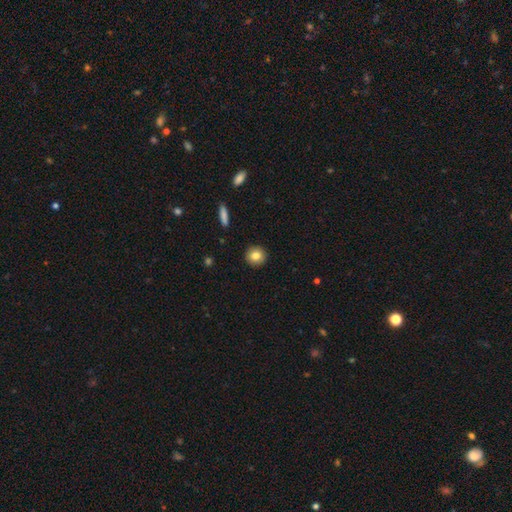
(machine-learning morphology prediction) A smooth galaxy with no disk features (82%) that is round (92%). Merging: none (92%).